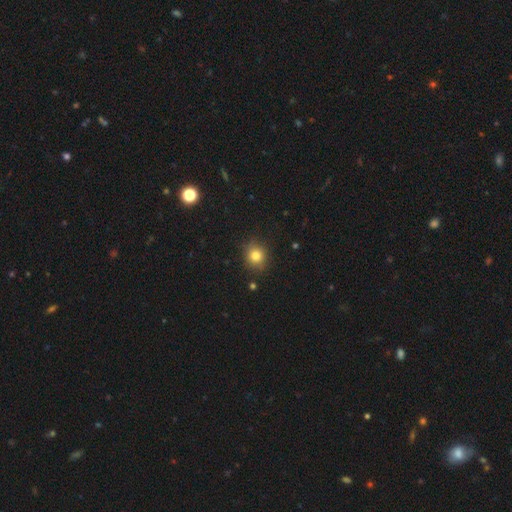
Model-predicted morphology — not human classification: Overall: smooth (79%). How rounded: round (82%). Merging: none (85%).